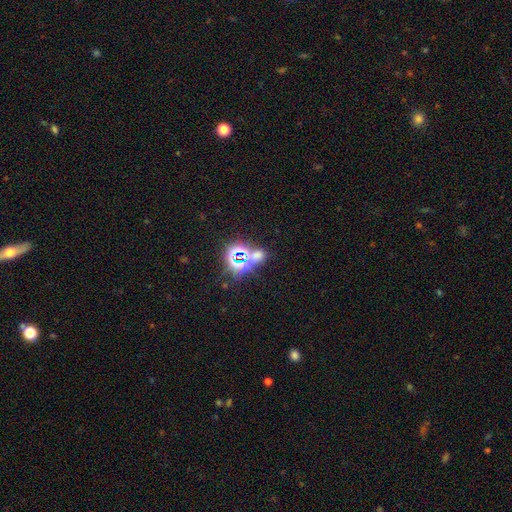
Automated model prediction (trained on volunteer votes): smooth_or_featured: star or artifact (p=0.61) [alt: smooth p=0.30]